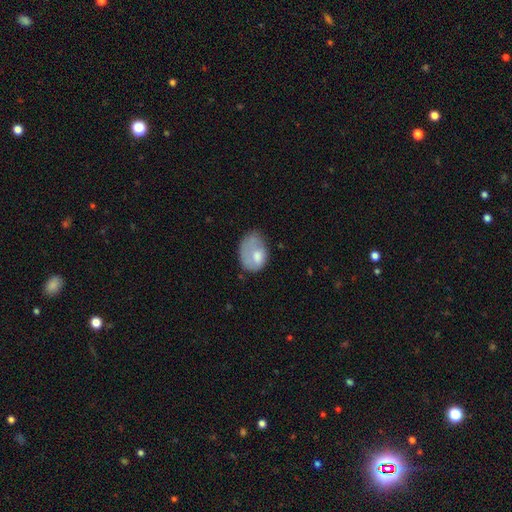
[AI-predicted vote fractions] Overall: smooth (63%; featured or disk 30%). How rounded: in between (79%). Merging: major disturbance (35%; minor disturbance 33%).